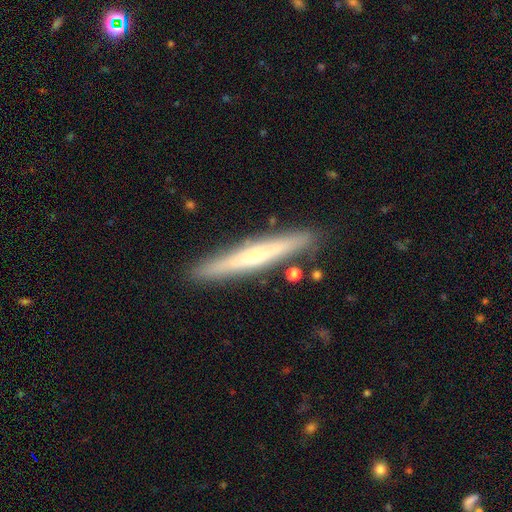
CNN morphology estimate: Q: Smooth or featured?
A: featured or disk (60%); runner-up: smooth (34%)
Q: Edge-on disk?
A: yes (93%); runner-up: no (7%)
Q: Edge-on bulge?
A: rounded (75%); runner-up: none (21%)
Q: Merging?
A: none (88%); runner-up: minor disturbance (8%)